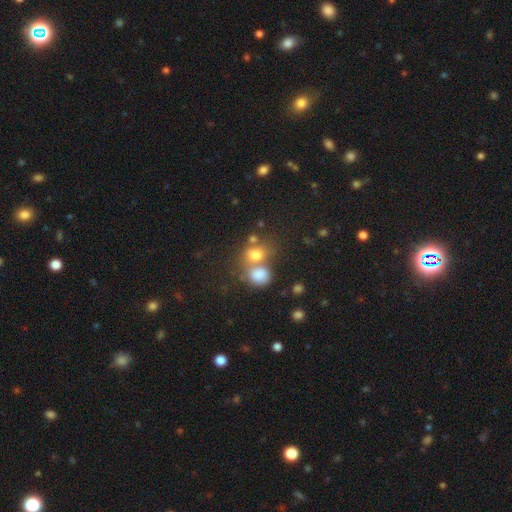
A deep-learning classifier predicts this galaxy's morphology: This is likely a smooth galaxy (73%). How rounded: possibly round (54%). Merging: possibly merger (54%).